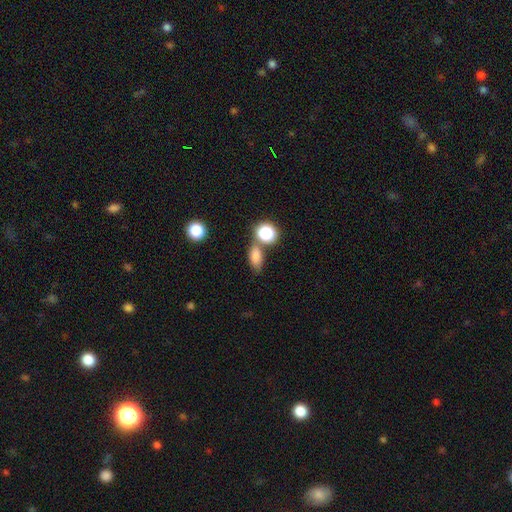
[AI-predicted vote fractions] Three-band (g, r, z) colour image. It shows a smooth galaxy with no disk features (80%) that is in between round and cigar-shaped (75%). Merging: none (58%).